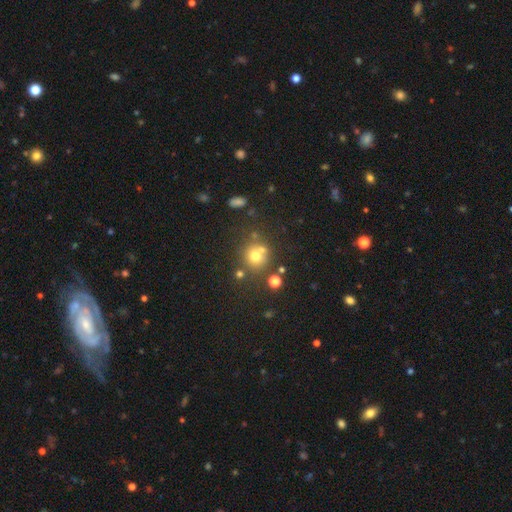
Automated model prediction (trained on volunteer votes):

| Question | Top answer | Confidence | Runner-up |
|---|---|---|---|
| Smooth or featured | smooth | 68% | star or artifact (17%) |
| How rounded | round | 89% | in between (10%) |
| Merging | none | 63% | merger (21%) |